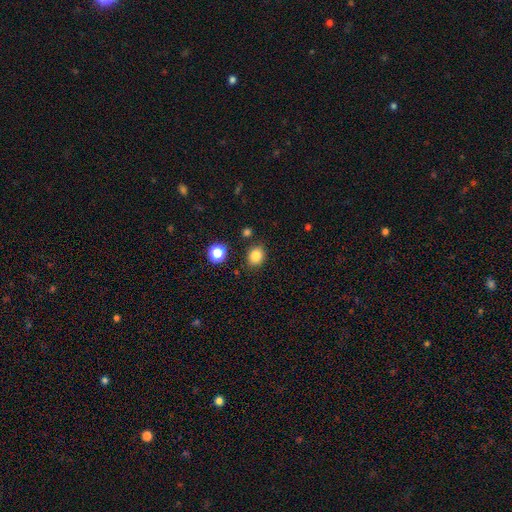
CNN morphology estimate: type=smooth (83%); roundness=round (62%); merging=none (83%).